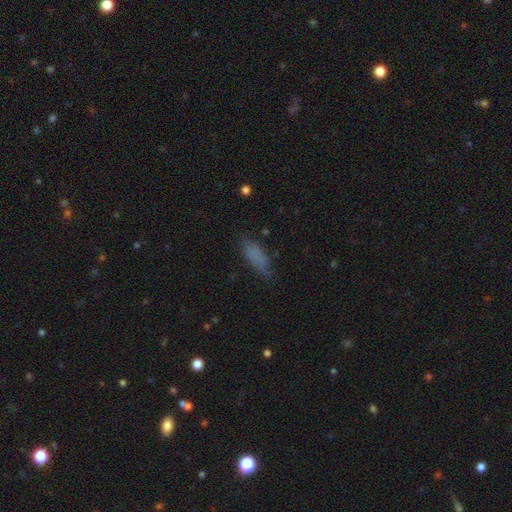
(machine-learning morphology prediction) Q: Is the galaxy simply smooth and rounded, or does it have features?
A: smooth — 73%.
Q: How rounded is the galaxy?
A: in between — 61%.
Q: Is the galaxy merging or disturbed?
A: none — 63%.